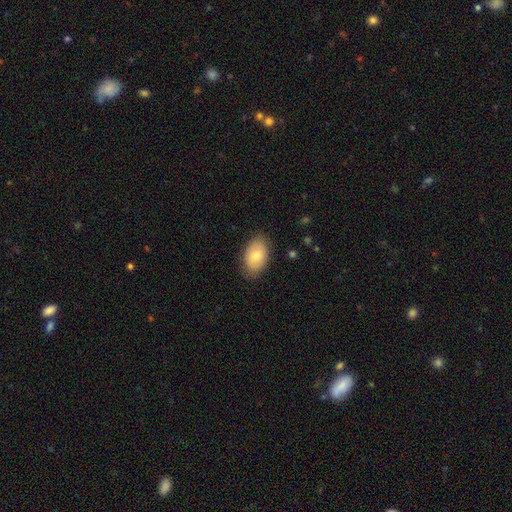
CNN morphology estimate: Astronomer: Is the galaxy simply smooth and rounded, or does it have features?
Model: smooth — 78%.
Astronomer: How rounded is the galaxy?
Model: in between — 90%.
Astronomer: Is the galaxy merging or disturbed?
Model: none — 85%.